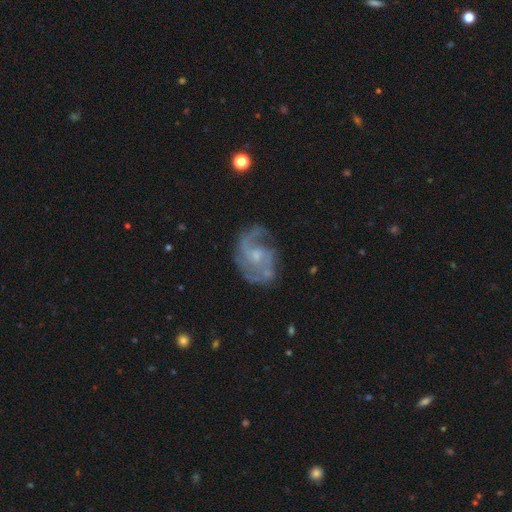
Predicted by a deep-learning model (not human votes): The model was most divided on "bar": no: 57%, weak: 38%, strong: 6%. More confident: edge-on disk — no (98%); spiral arms — yes (94%); smooth or featured — featured or disk (85%); merging — none (66%); spiral arm count — 2 (64%); bulge size — small (61%); spiral winding — medium (52%).